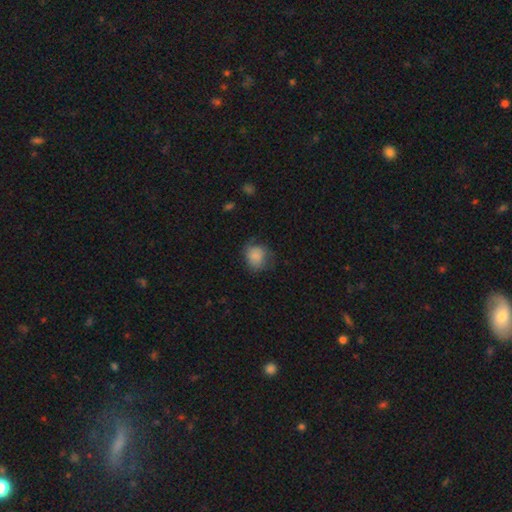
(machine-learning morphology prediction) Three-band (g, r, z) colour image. It shows a smooth galaxy with no disk features (83%) that is round (73%). Merging: none (61%).